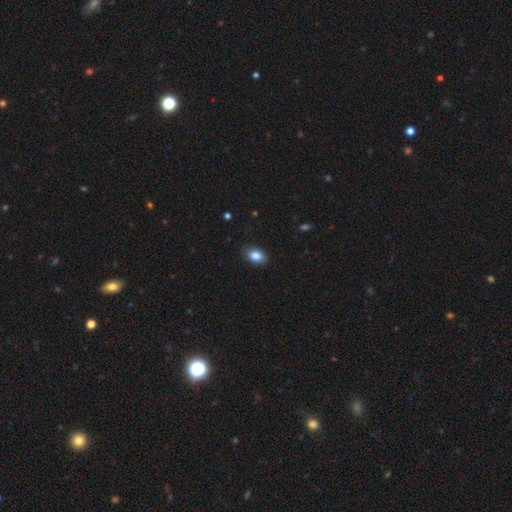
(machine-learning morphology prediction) A smooth galaxy with no disk features (85%) that is in between round and cigar-shaped (74%).

Vote fractions:
- Smooth or featured? smooth: 85% / star or artifact: 9% / featured or disk: 6%
- How rounded? in between: 74% / round: 25% / cigar-shaped: 1%
- Merging? none: 87% / minor disturbance: 10% / major disturbance: 2% / merger: 1%